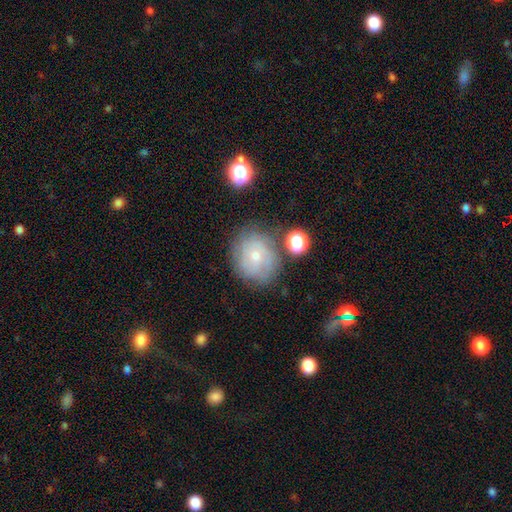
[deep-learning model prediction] smooth_or_featured: featured or disk (p=0.53) [alt: smooth p=0.35]
disk_edge_on: no (p=0.97) [alt: yes p=0.03]
bar: no (p=0.81) [alt: weak p=0.16]
has_spiral_arms: yes (p=0.78) [alt: no p=0.22]
bulge_size: small (p=0.73) [alt: moderate p=0.23]
merging: none (p=0.72) [alt: minor disturbance p=0.17]